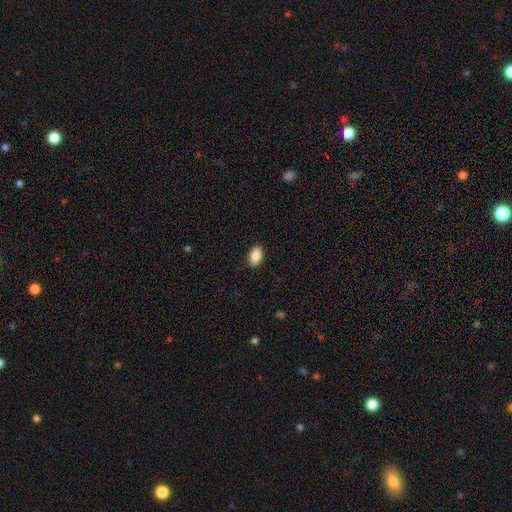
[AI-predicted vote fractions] This is clearly a smooth galaxy (85%). How rounded: clearly in between (92%). Merging: clearly none (88%).